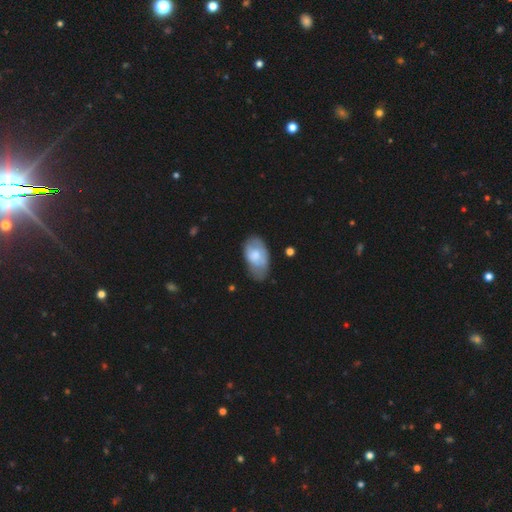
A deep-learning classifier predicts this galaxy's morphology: smooth-or-featured: smooth: 63% | featured or disk: 30% | star or artifact: 6%
  how-rounded: in between: 93% | round: 5% | cigar-shaped: 2%
  merging: none: 43% | minor disturbance: 39% | major disturbance: 15% | merger: 3%